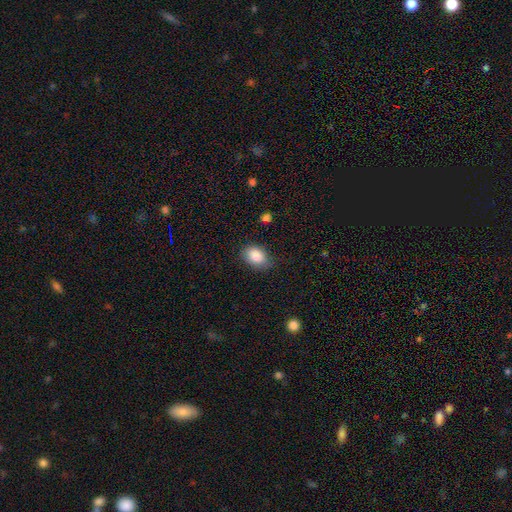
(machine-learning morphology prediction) A smooth galaxy with no disk features (88%) that is in between round and cigar-shaped (79%).

Vote fractions:
- Smooth or featured? smooth: 88% / star or artifact: 8% / featured or disk: 5%
- How rounded? in between: 79% / round: 20% / cigar-shaped: 1%
- Merging? none: 73% / minor disturbance: 21% / major disturbance: 5% / merger: 1%